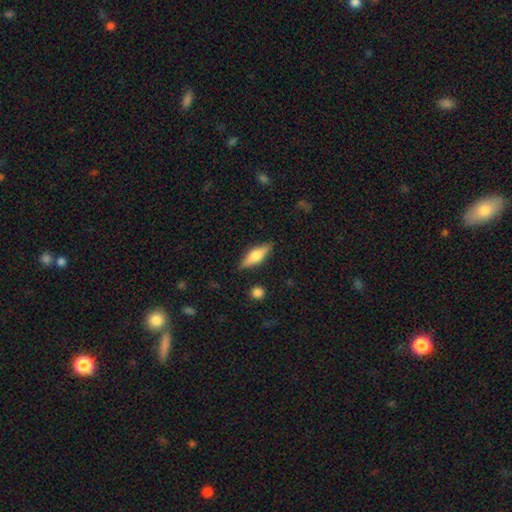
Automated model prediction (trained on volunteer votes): The model was most divided on "how rounded": cigar-shaped: 49%, in between: 48%, round: 3%. More confident: merging — none (85%); smooth or featured — smooth (52%).